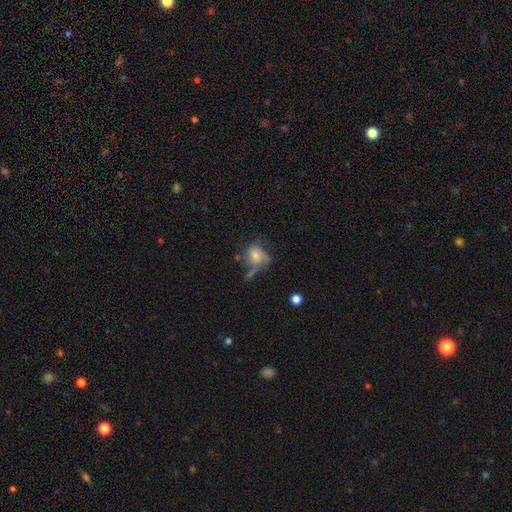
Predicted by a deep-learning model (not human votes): Smooth or featured?
  - smooth: 57% *
  - featured or disk: 30%
  - star or artifact: 13%
How rounded?
  - round: 50% *
  - in between: 49%
  - cigar-shaped: 2%
Merging?
  - none: 39% *
  - minor disturbance: 24%
  - major disturbance: 24%
  - merger: 13%